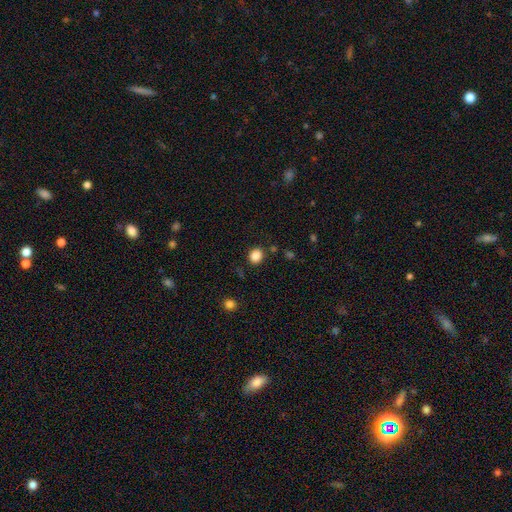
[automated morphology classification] smooth 86%, star or artifact 11%, featured or disk 3%. Down the decision tree: how rounded — round (67%); merging — none (85%).